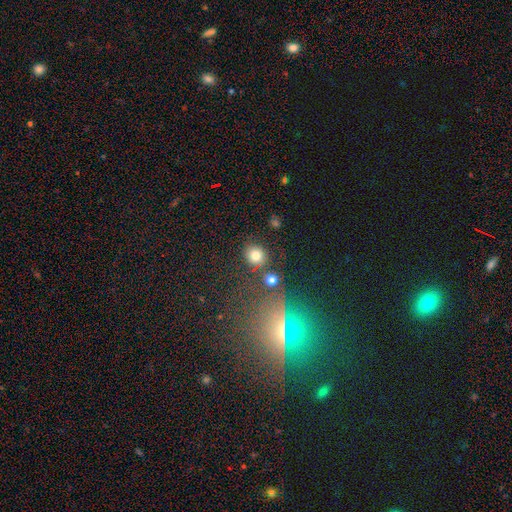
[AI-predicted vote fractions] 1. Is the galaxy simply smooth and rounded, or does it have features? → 78% smooth, 15% star or artifact, 7% featured or disk.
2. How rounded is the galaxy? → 79% round, 20% in between, 1% cigar-shaped.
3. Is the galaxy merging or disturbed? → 79% none, 10% minor disturbance, 8% merger, 4% major disturbance.